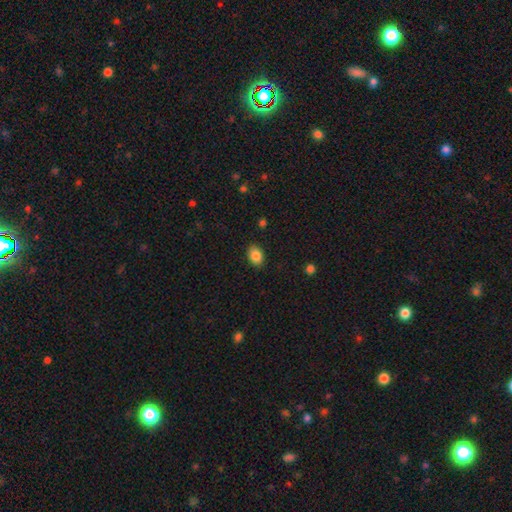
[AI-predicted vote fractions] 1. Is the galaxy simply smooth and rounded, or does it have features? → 86% smooth, 8% star or artifact, 5% featured or disk.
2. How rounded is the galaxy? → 76% in between, 23% round, 1% cigar-shaped.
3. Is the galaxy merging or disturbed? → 87% none, 10% minor disturbance, 2% major disturbance, 1% merger.